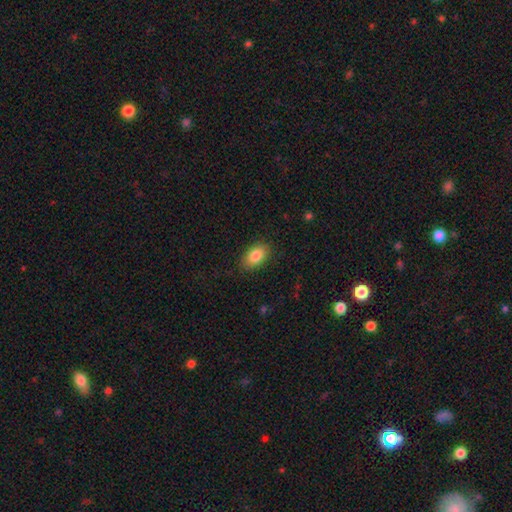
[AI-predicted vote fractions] smooth_or_featured: smooth (p=0.85) [alt: featured or disk p=0.08]
how_rounded: in between (p=0.91) [alt: round p=0.07]
merging: none (p=0.86) [alt: minor disturbance p=0.10]